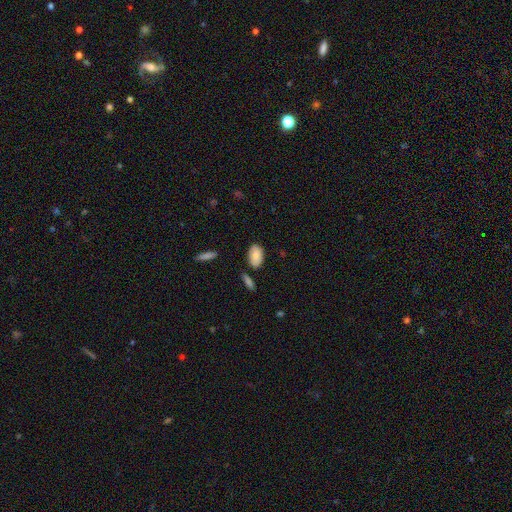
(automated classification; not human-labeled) Q: Smooth or featured?
A: smooth (86%); runner-up: featured or disk (8%)
Q: How rounded?
A: in between (94%); runner-up: round (4%)
Q: Merging?
A: none (79%); runner-up: minor disturbance (13%)